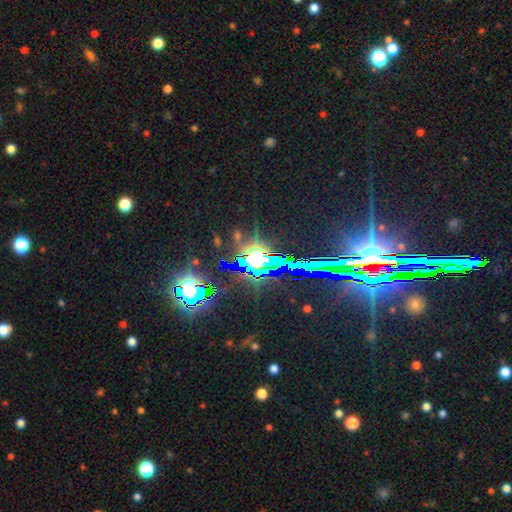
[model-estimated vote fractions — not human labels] The model was most divided on "smooth or featured": star or artifact: 84%, featured or disk: 9%, smooth: 7%.